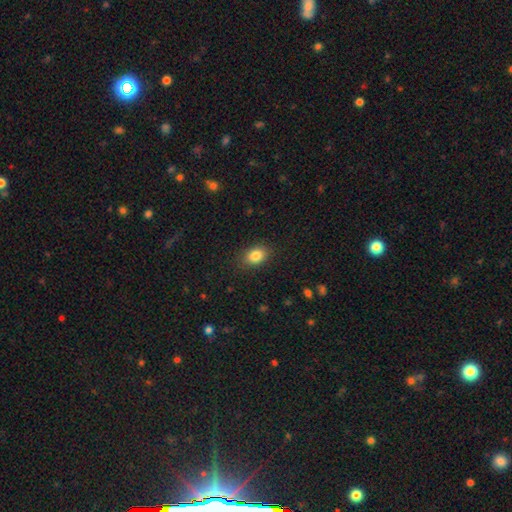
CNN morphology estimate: Smooth or featured: smooth — 84% (star or artifact — 9%)
How rounded: in between — 76% (round — 23%)
Merging: none — 86% (minor disturbance — 10%)